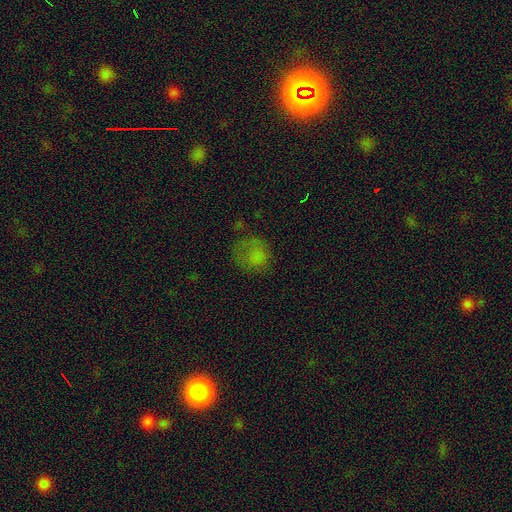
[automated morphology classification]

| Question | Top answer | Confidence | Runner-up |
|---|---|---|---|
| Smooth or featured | smooth | 66% | star or artifact (19%) |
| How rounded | round | 75% | in between (24%) |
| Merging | none | 50% | minor disturbance (24%) |